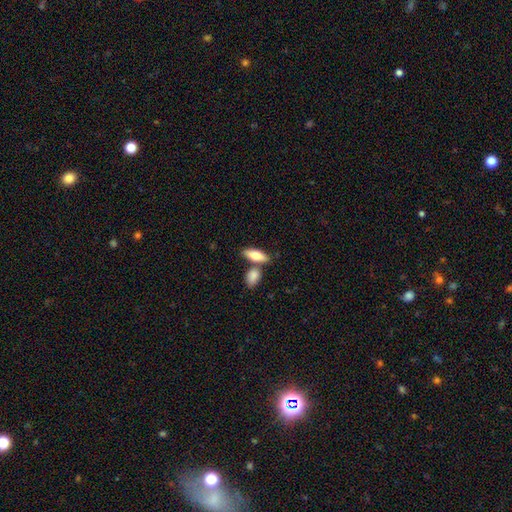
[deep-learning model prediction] smooth 75%, featured or disk 19%, star or artifact 6%. Down the decision tree: how rounded — in between (74%); merging — none (61%).